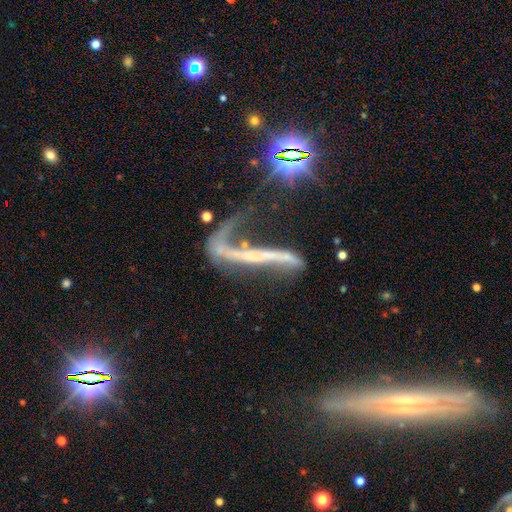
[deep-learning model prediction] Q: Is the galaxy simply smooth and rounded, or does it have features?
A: featured or disk — 69%.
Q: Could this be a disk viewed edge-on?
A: no — 63%.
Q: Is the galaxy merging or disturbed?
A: major disturbance — 38%.